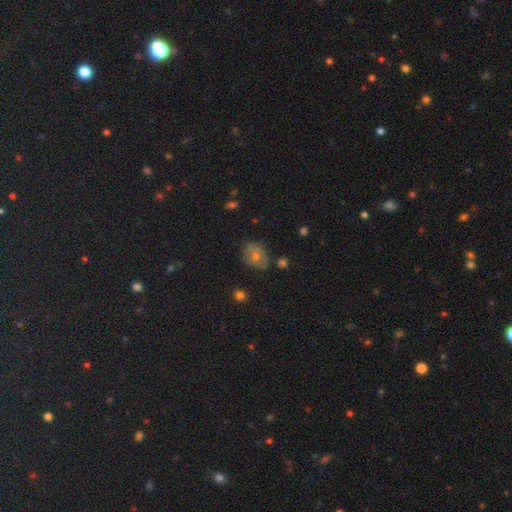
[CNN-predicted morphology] Overall: smooth (48%; featured or disk 34%). Merging: none (76%).